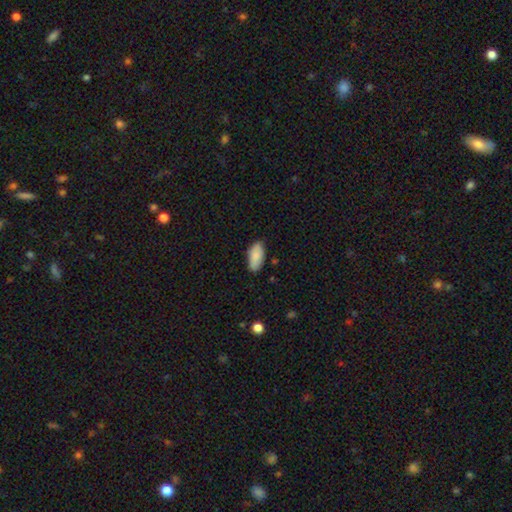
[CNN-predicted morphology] Smooth or featured: smooth — 88% (star or artifact — 6%)
How rounded: in between — 91% (cigar-shaped — 7%)
Merging: none — 83% (minor disturbance — 13%)